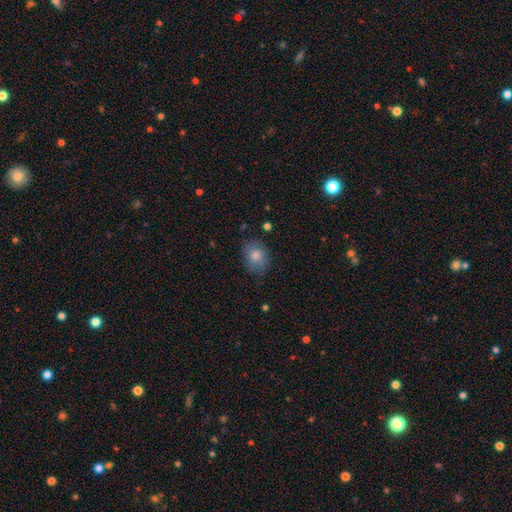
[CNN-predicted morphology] smooth 80%, featured or disk 12%, star or artifact 8%. Down the decision tree: how rounded — in between (56%); merging — none (77%).